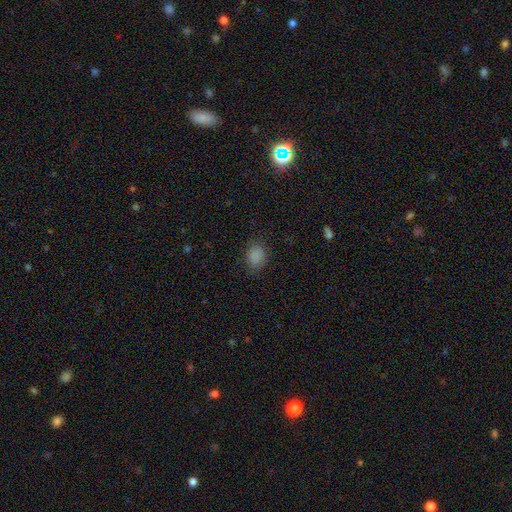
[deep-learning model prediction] Morphology: type=smooth (85%); roundness=in between (51%); merging=none (81%).